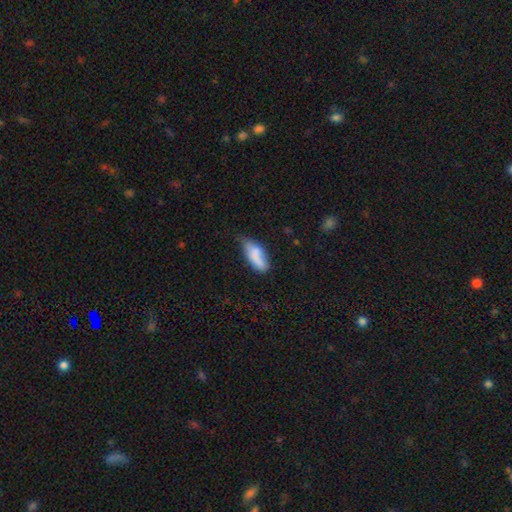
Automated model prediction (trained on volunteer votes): smooth 76%, featured or disk 16%, star or artifact 8%. Down the decision tree: how rounded — in between (82%); merging — minor disturbance (42%).